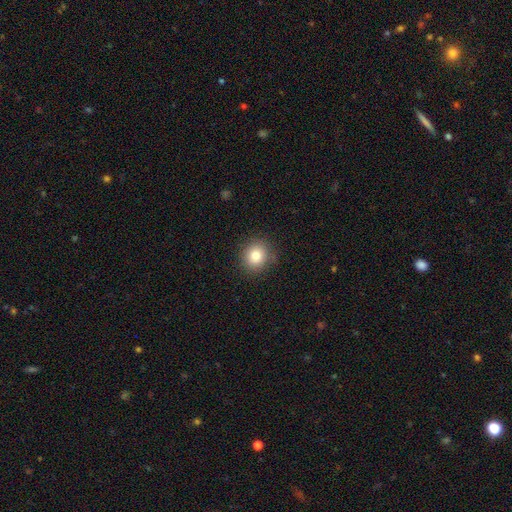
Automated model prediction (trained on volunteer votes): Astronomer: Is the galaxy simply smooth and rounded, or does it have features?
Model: smooth — 82%.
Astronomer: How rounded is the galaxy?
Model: round — 81%.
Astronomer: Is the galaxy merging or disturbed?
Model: none — 88%.